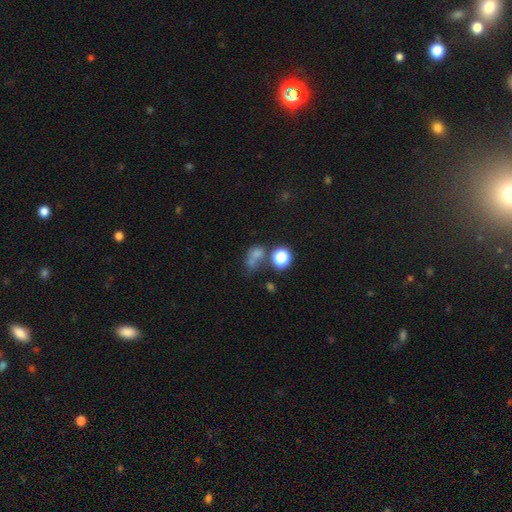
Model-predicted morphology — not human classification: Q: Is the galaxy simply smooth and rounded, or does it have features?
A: smooth — 67%.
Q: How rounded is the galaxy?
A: round — 51%.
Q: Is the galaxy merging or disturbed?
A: merger — 37%.